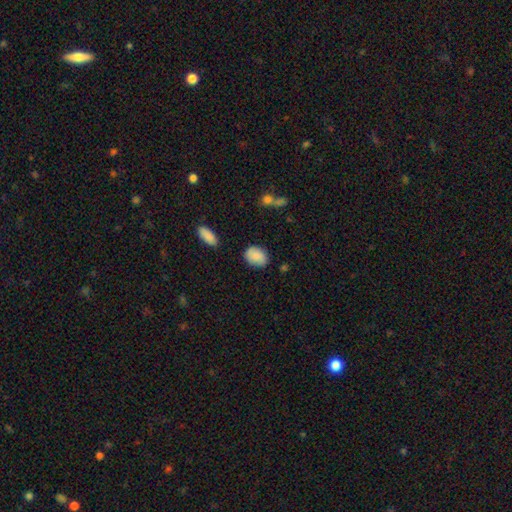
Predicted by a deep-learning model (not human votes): Smooth or featured?
  - smooth: 86% *
  - featured or disk: 7%
  - star or artifact: 7%
How rounded?
  - in between: 70% *
  - round: 28%
  - cigar-shaped: 1%
Merging?
  - none: 77% *
  - minor disturbance: 17%
  - major disturbance: 3%
  - merger: 3%